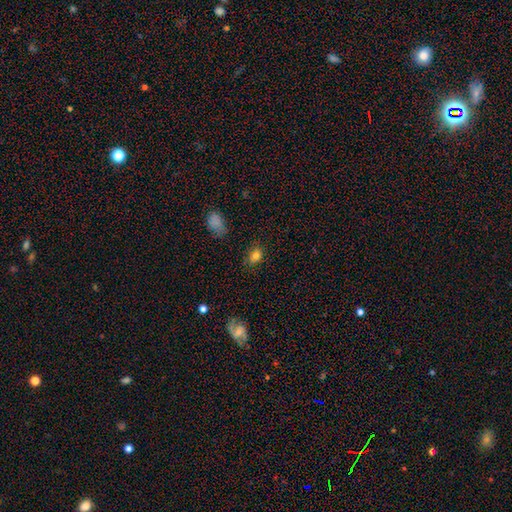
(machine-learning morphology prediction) Smooth or featured? smooth (79%)
How rounded? in between (68%)
Merging? none (76%)